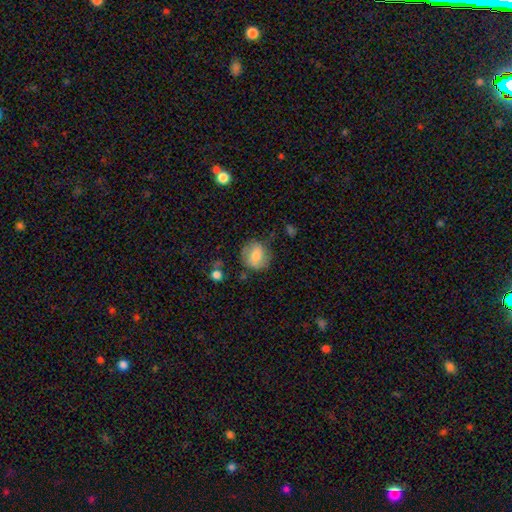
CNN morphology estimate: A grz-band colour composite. It shows a smooth galaxy with no disk features (72%) that is round (75%). Merging: none (67%).